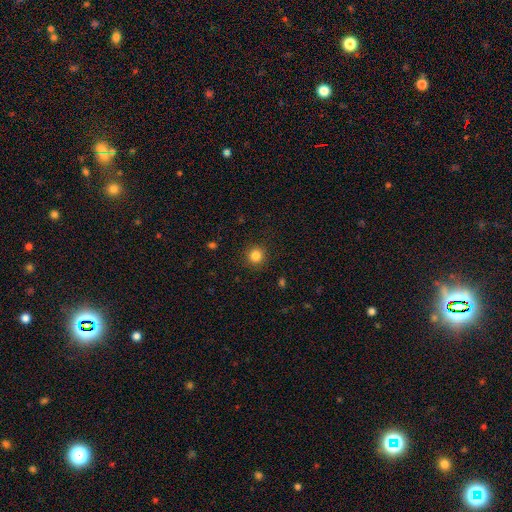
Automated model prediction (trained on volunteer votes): The model was most divided on "smooth or featured": smooth: 83%, star or artifact: 12%, featured or disk: 5%. More confident: how rounded — round (94%); merging — none (90%).